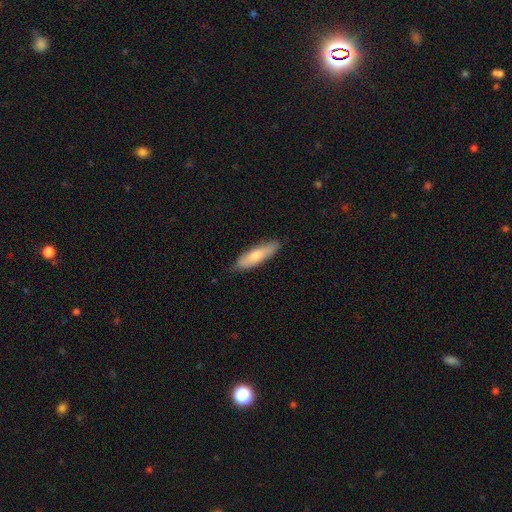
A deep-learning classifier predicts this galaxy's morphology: This appears to be a smooth galaxy with no disk features (72%) that is cigar-shaped (60%). Merging: none (82%).